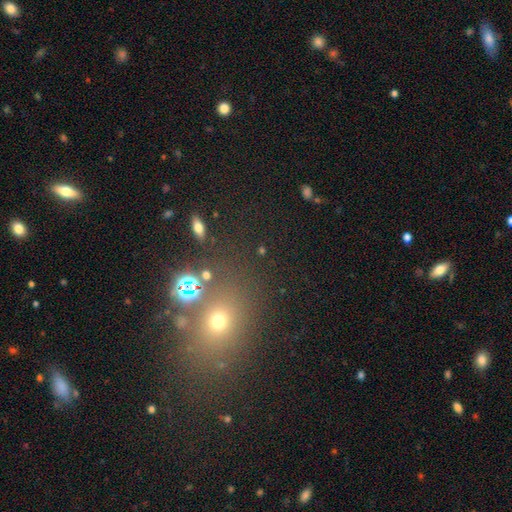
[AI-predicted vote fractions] A smooth galaxy with no disk features (47%). Merging: none (74%).